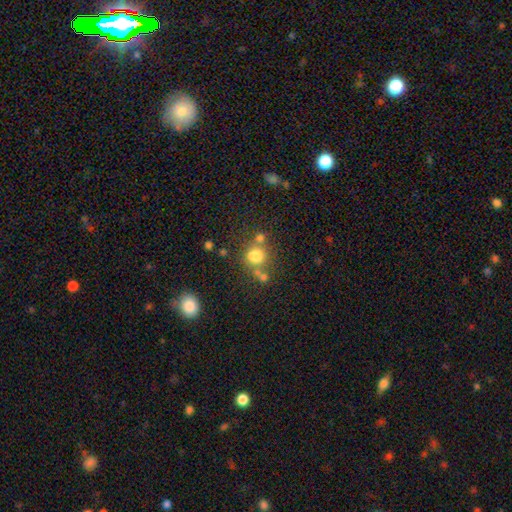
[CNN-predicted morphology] type=smooth (75%); roundness=round (84%); merging=none (56%).